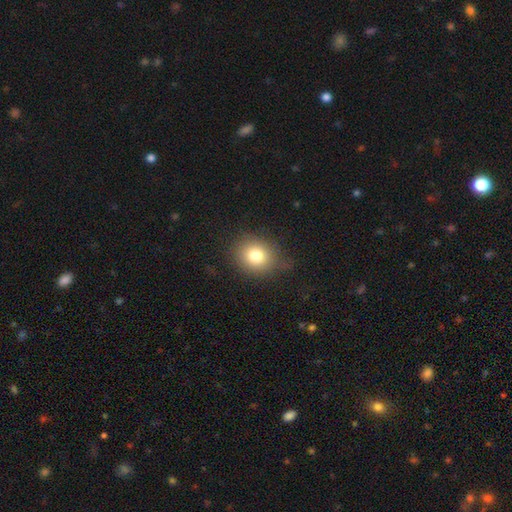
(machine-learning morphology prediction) Smooth or featured?
  - smooth: 78% *
  - star or artifact: 12%
  - featured or disk: 10%
How rounded?
  - round: 72% *
  - in between: 27%
  - cigar-shaped: 1%
Merging?
  - none: 73% *
  - minor disturbance: 19%
  - major disturbance: 6%
  - merger: 1%